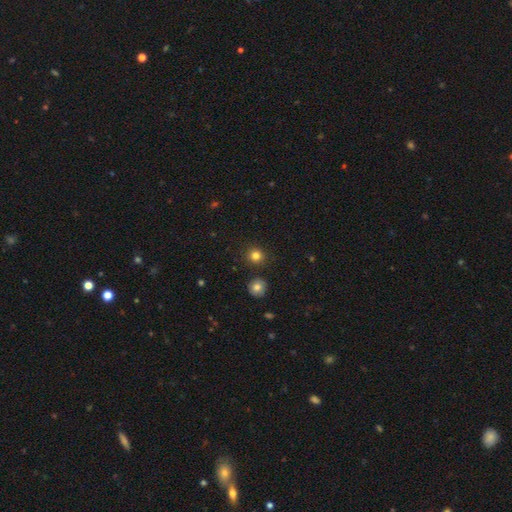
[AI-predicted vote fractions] This appears to be a smooth galaxy with no disk features (81%) that is round (92%). Merging: none (89%).